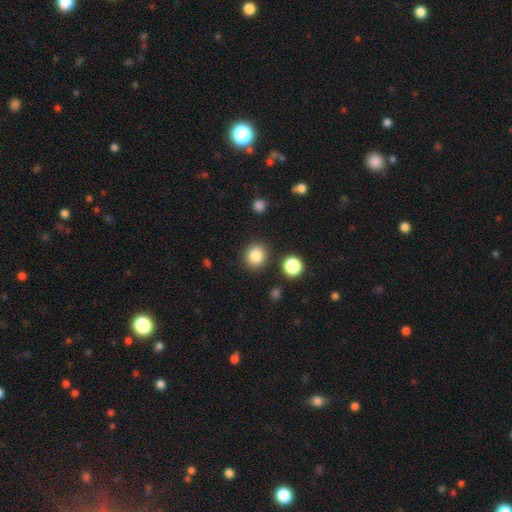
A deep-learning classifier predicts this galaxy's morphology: This appears to be a smooth galaxy with no disk features (84%) that is round (87%). Merging: none (87%).